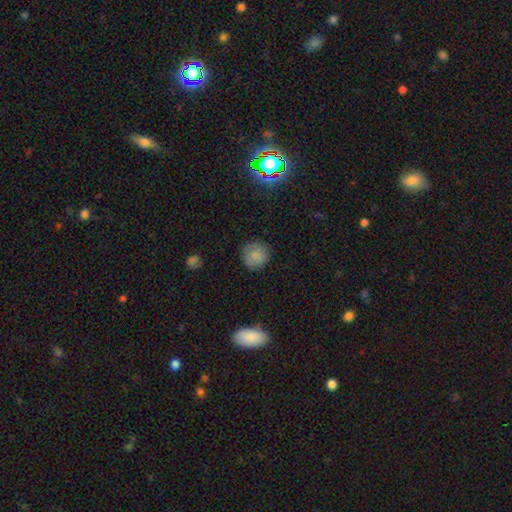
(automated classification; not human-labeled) A smooth galaxy with no disk features (83%) that is round (92%).

Vote fractions:
- Smooth or featured? smooth: 83% / star or artifact: 10% / featured or disk: 6%
- How rounded? round: 92% / in between: 7% / cigar-shaped: 1%
- Merging? none: 85% / minor disturbance: 11% / major disturbance: 3% / merger: 1%